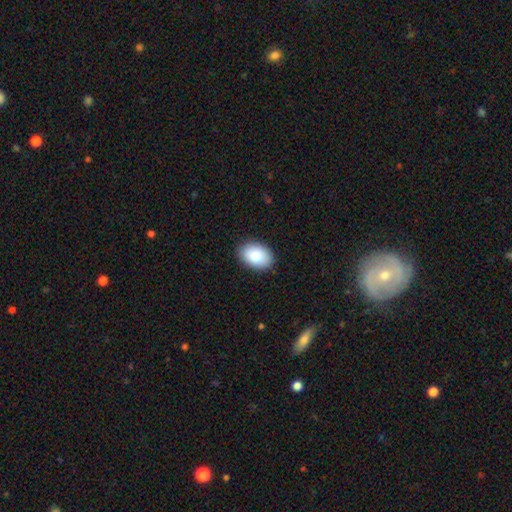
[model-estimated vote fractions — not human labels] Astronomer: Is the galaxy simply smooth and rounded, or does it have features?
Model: smooth — 86%.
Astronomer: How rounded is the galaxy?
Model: in between — 87%.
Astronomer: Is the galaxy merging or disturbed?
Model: none — 88%.